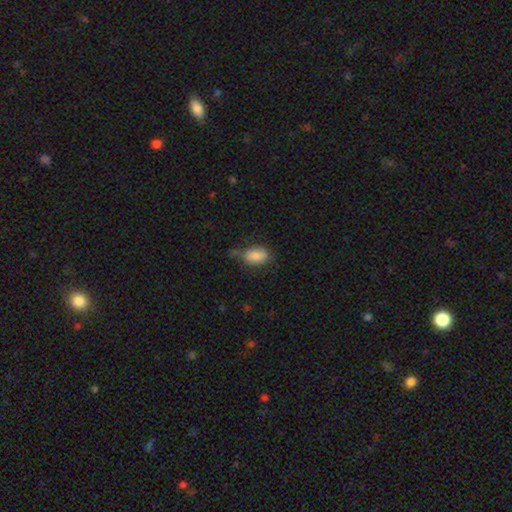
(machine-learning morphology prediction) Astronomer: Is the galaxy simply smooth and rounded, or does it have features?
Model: smooth — 85%.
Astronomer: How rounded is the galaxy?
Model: in between — 88%.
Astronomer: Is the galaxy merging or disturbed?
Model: none — 64%.